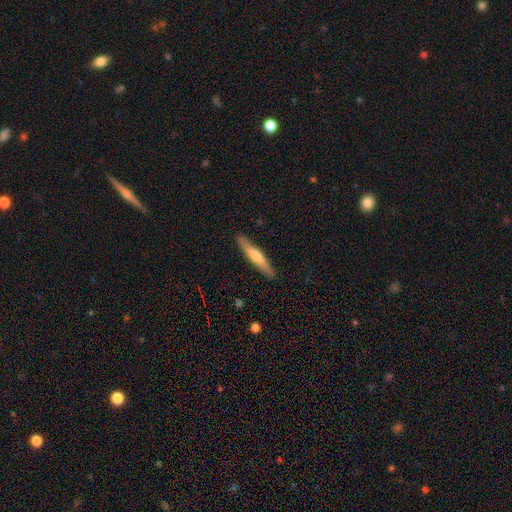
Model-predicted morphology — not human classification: Smooth or featured? smooth (47%, tied with featured or disk)
Merging? none (89%)